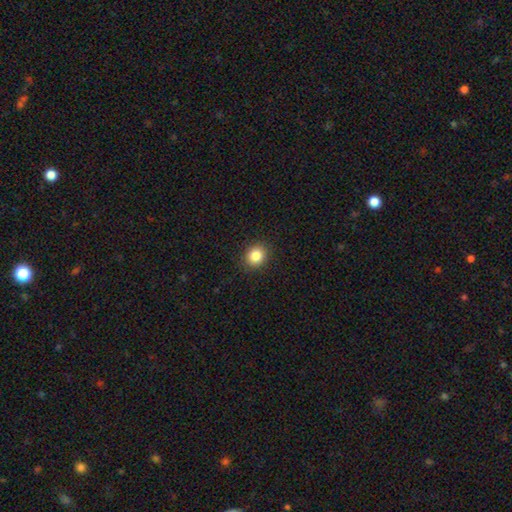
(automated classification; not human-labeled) This appears to be a smooth galaxy with no disk features (84%) that is round (74%). Merging: none (90%).